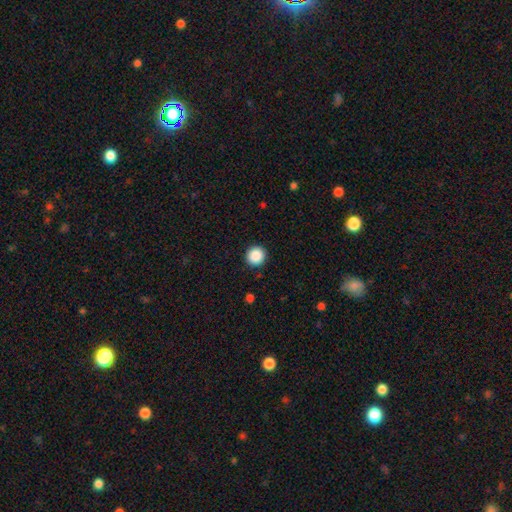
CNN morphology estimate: A smooth galaxy with no disk features (89%) that is round (94%). Merging: none (92%).